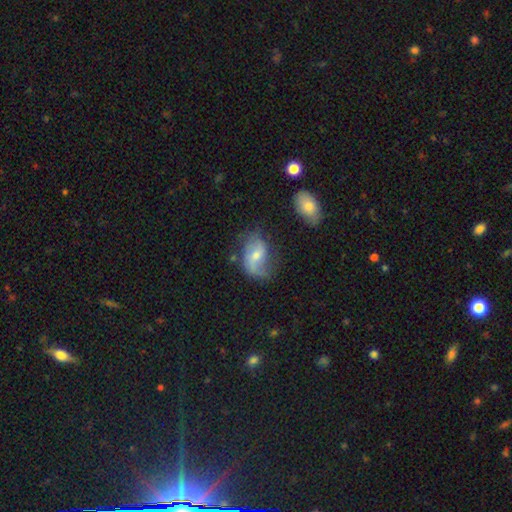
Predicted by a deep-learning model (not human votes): Morphology: type=featured or disk (63%); edge-on=no (96%); bar=no (43%, tied with weak); spiral arms=yes (86%); winding=loose (62%); arm count=2 (72%); bulge=small (50%); merging=none (51%).